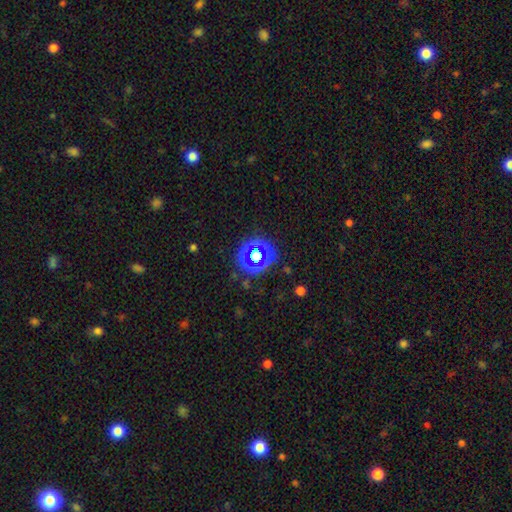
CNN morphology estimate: Overall: star or artifact (57%; smooth 31%).